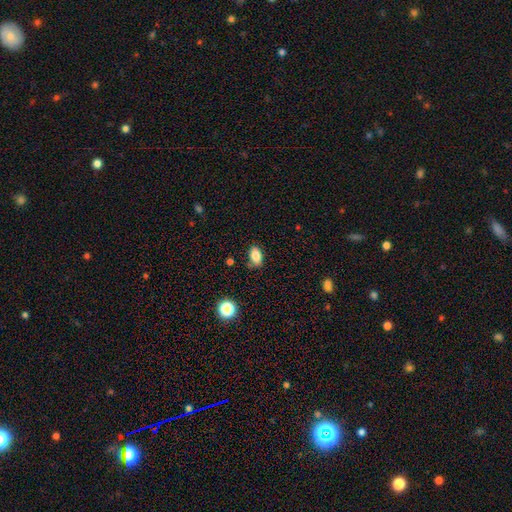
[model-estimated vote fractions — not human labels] This appears to be a smooth galaxy with no disk features (84%) that is in between round and cigar-shaped (88%). Merging: none (81%).